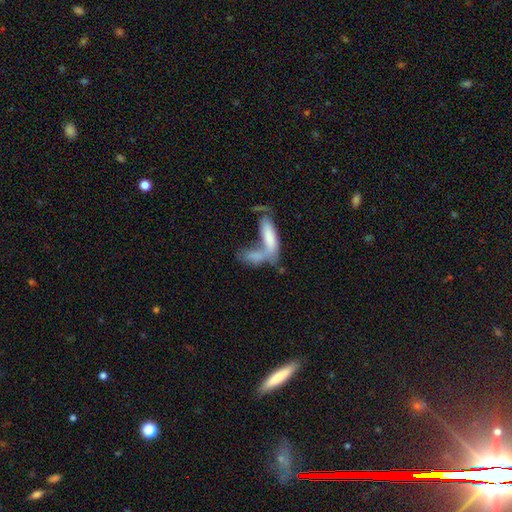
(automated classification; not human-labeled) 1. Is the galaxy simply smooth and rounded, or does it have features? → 70% smooth, 22% featured or disk, 9% star or artifact.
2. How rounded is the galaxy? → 56% in between, 41% cigar-shaped, 3% round.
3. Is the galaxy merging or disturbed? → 68% merger, 15% none, 10% major disturbance, 6% minor disturbance.